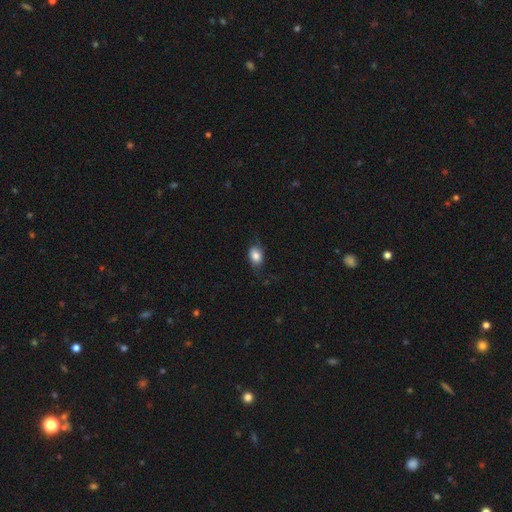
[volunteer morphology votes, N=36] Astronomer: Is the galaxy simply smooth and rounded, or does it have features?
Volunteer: smooth — 86%.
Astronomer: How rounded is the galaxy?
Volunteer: in between — 65%.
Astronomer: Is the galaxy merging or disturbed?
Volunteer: none — 74%.